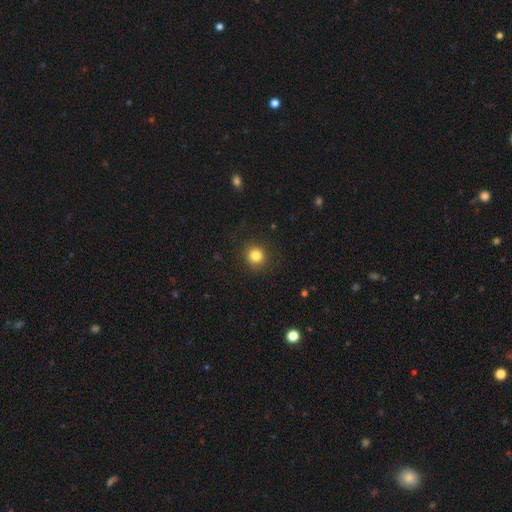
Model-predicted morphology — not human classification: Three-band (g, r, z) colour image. It shows a smooth galaxy with no disk features (82%) that is round (92%). Merging: none (90%).